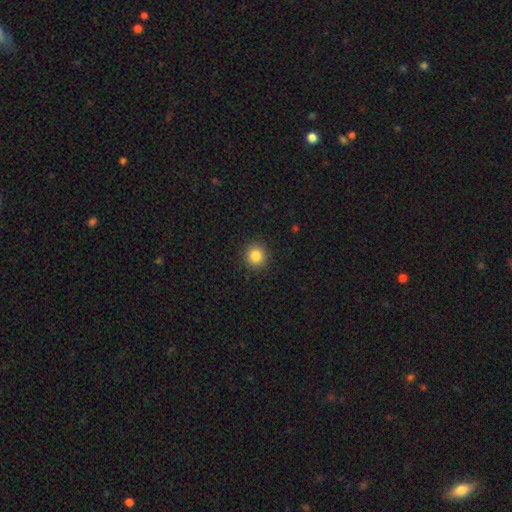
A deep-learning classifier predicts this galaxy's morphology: This is clearly a smooth galaxy (84%). How rounded: clearly round (91%). Merging: clearly none (92%).